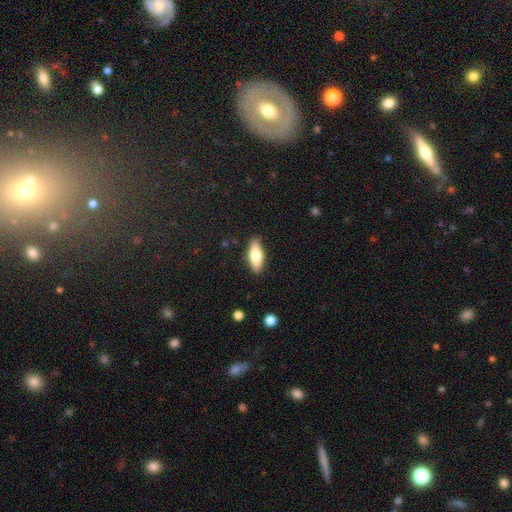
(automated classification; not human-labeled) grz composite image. It shows a smooth galaxy with no disk features (66%) that is in between round and cigar-shaped (67%). Merging: none (87%).